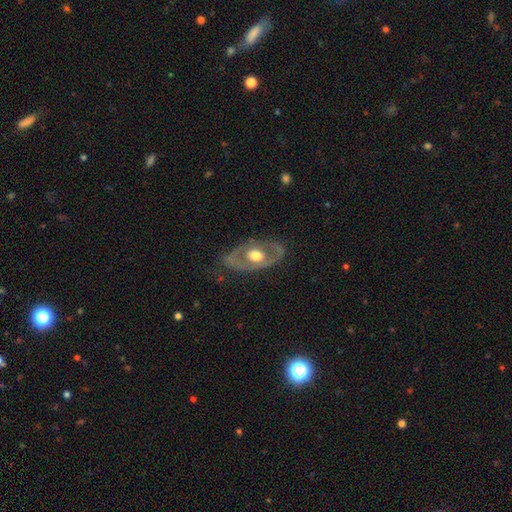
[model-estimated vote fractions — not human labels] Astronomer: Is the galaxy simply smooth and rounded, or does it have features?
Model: featured or disk — 65%.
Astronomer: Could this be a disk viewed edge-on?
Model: no — 88%.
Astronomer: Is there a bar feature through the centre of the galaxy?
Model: no — 84%.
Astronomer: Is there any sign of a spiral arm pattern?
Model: no — 77%.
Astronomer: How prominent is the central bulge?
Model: moderate — 58% (runner-up: large, 36%).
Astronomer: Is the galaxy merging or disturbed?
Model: none — 74%.